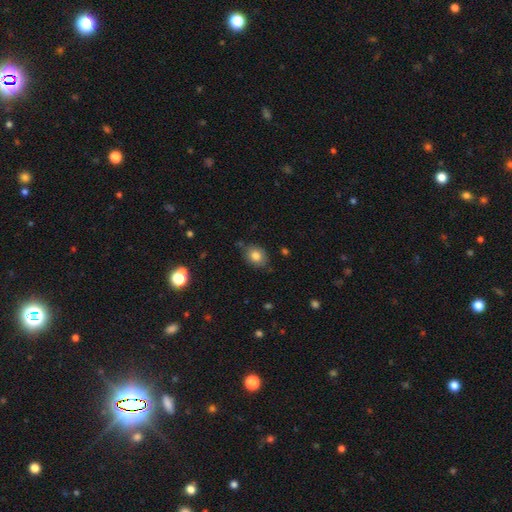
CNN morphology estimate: type=smooth (81%); roundness=in between (54%); merging=none (76%).